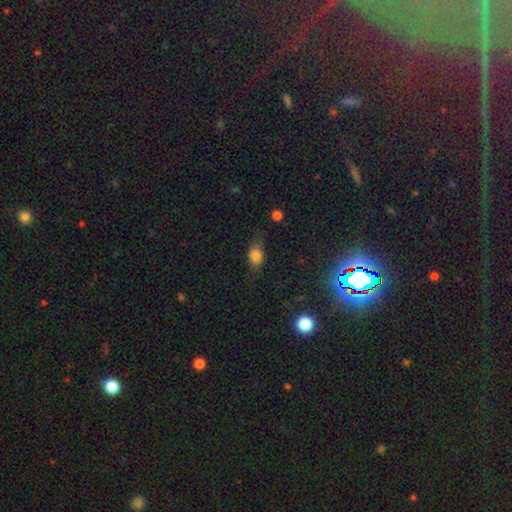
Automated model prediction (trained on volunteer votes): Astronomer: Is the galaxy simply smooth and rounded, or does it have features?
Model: smooth — 73%.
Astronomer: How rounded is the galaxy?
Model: in between — 68%.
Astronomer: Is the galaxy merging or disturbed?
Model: none — 64%.